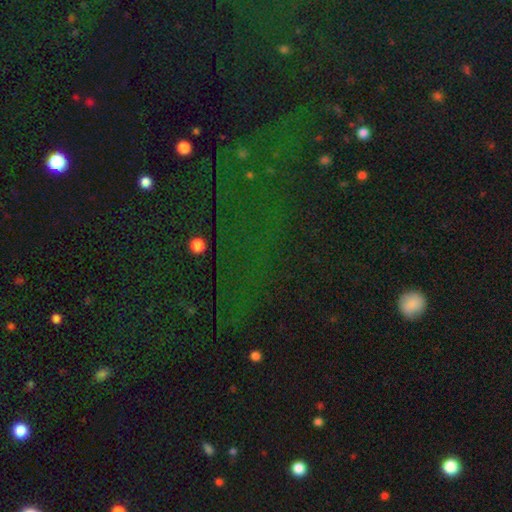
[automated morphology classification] This appears to be a star or artifact, not a galaxy (72%).